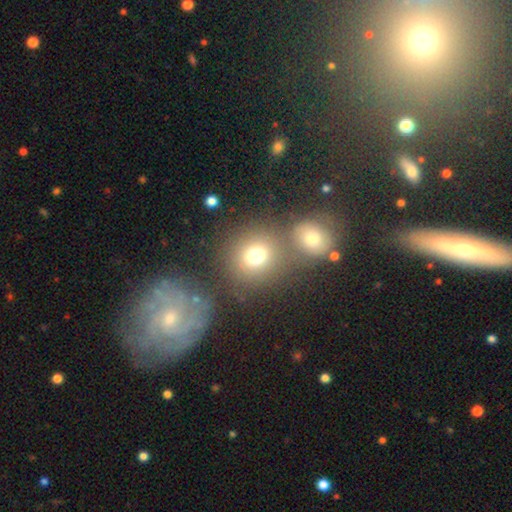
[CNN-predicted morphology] smooth_or_featured: smooth (p=0.73) [alt: star or artifact p=0.15]
how_rounded: round (p=0.81) [alt: in between p=0.18]
merging: none (p=0.55) [alt: merger p=0.32]